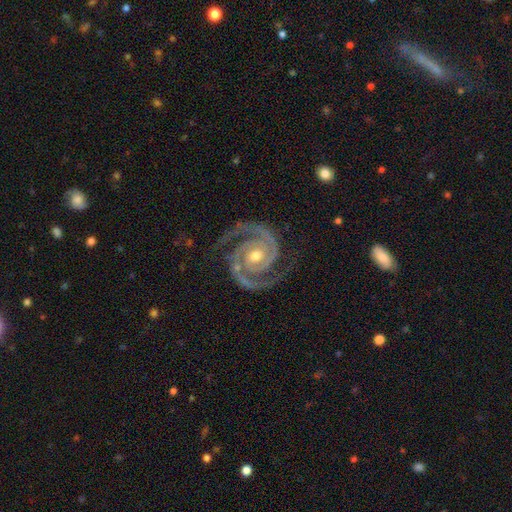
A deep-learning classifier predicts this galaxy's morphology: type=featured or disk (95%); edge-on=no (98%); bar=no (60%); spiral arms=yes (99%); winding=tight (65%); arm count=2 (92%); bulge=moderate (61%); merging=none (83%).